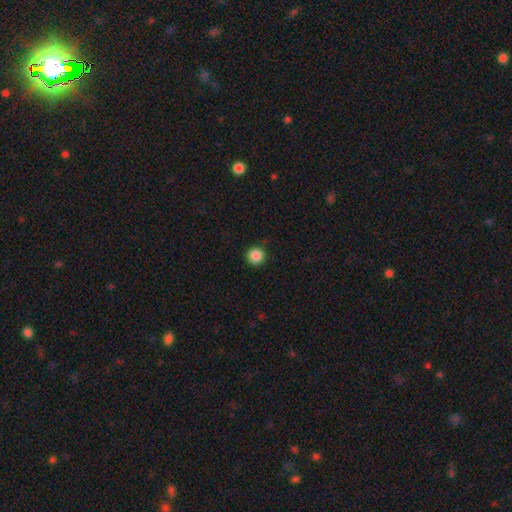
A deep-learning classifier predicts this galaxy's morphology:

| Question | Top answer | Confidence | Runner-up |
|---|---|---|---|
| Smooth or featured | smooth | 87% | star or artifact (10%) |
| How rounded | round | 96% | in between (3%) |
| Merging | none | 90% | minor disturbance (7%) |